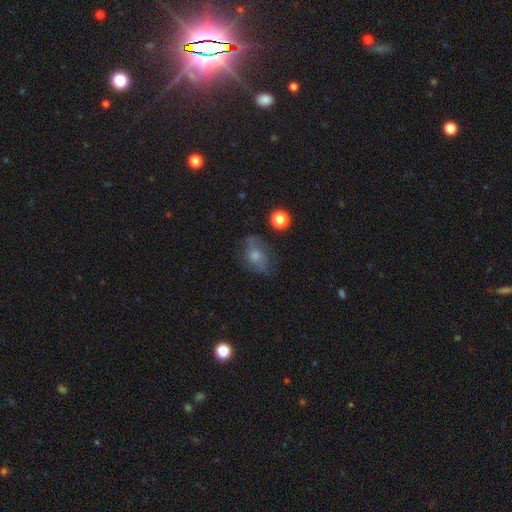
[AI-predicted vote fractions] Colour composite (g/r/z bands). It shows a smooth galaxy with no disk features (55%) that is in between round and cigar-shaped (76%). Merging: none (55%).